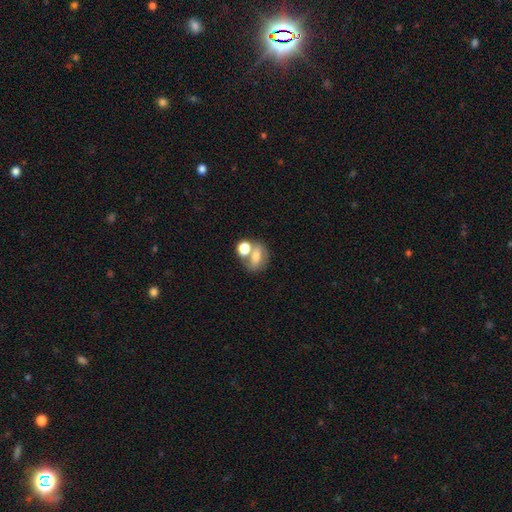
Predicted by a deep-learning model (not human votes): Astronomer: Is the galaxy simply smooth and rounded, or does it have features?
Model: smooth — 65%.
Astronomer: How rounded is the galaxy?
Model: in between — 63%.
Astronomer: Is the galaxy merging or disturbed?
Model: merger — 42% (runner-up: none, 40%).